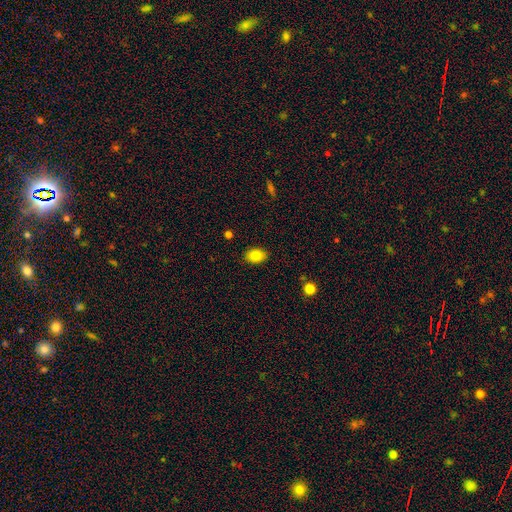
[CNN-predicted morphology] Smooth or featured?
  - smooth: 83% *
  - featured or disk: 9%
  - star or artifact: 9%
How rounded?
  - in between: 80% *
  - round: 19%
  - cigar-shaped: 1%
Merging?
  - none: 88% *
  - minor disturbance: 9%
  - major disturbance: 2%
  - merger: 1%